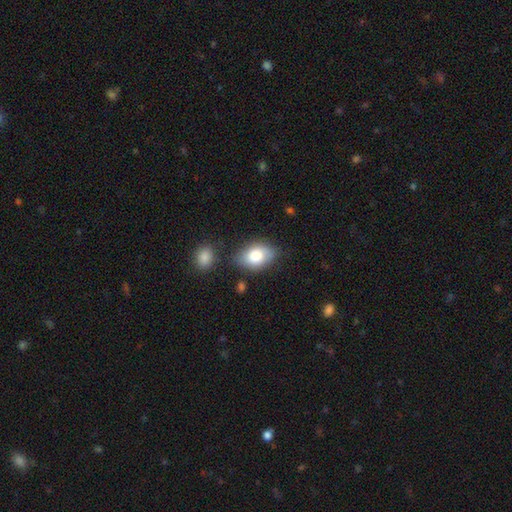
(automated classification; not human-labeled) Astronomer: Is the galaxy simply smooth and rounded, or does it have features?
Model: smooth — 80%.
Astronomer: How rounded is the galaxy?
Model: in between — 87%.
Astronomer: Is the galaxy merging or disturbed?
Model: none — 70%.